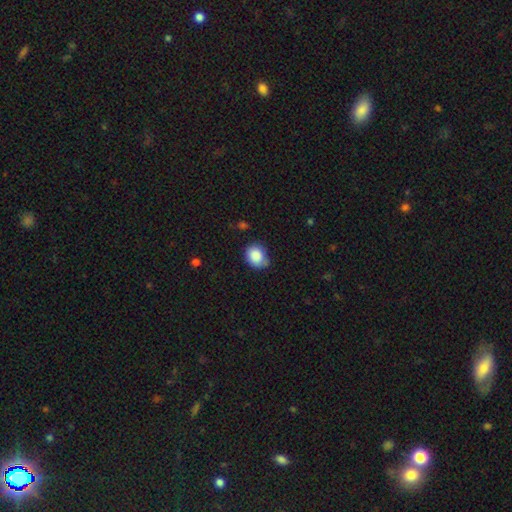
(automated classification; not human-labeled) Overall: smooth (87%). How rounded: round (59%; in between 40%). Merging: none (62%; minor disturbance 29%).